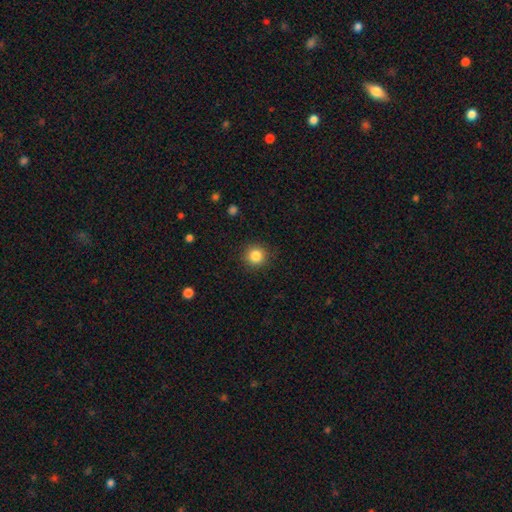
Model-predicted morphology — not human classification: The model was most divided on "smooth or featured": smooth: 85%, star or artifact: 10%, featured or disk: 5%. More confident: how rounded — round (94%); merging — none (90%).